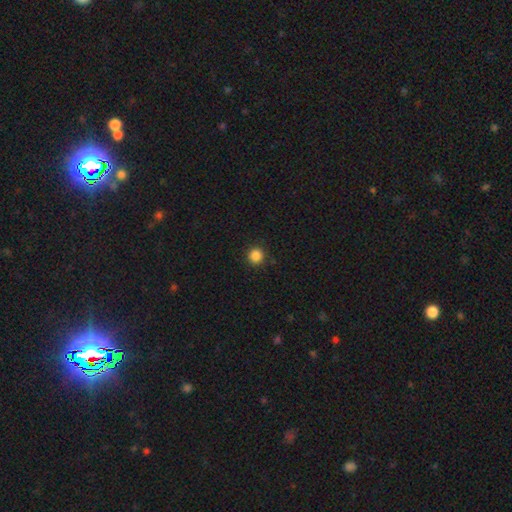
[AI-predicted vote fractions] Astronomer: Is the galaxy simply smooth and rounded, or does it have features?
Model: smooth — 86%.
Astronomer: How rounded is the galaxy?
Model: round — 94%.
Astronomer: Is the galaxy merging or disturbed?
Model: none — 92%.